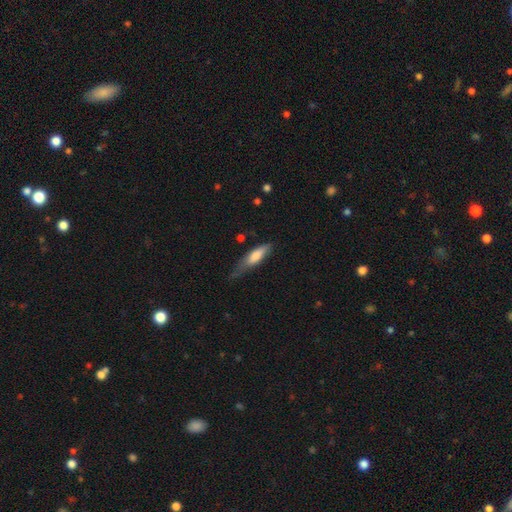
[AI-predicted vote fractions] Smooth or featured: smooth — 72% (featured or disk — 22%)
How rounded: cigar-shaped — 60% (in between — 39%)
Merging: none — 40% (tied with minor disturbance — 40%)